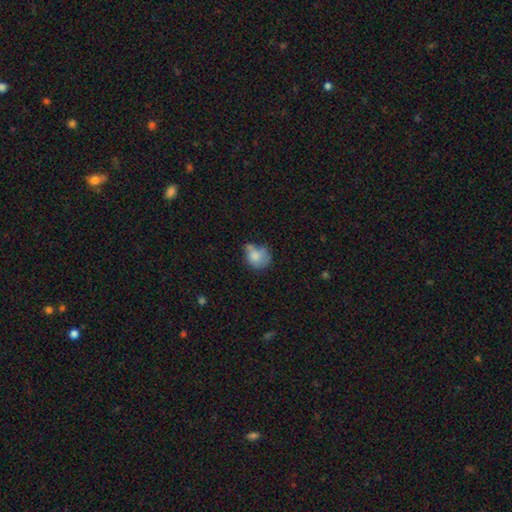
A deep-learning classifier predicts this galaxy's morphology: Smooth or featured?
  - smooth: 71% *
  - featured or disk: 20%
  - star or artifact: 10%
How rounded?
  - round: 57% *
  - in between: 42%
  - cigar-shaped: 1%
Merging?
  - none: 36% *
  - minor disturbance: 33%
  - major disturbance: 18%
  - merger: 13%